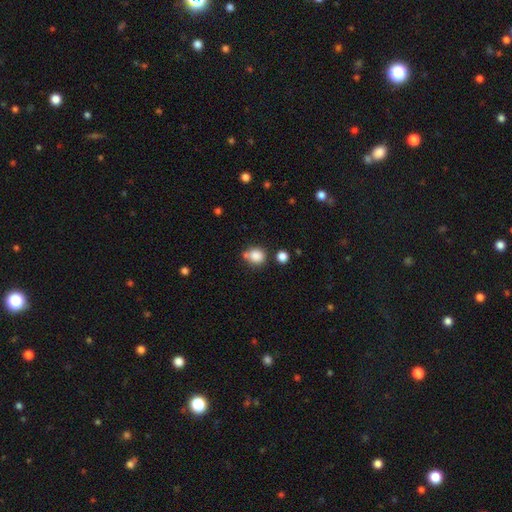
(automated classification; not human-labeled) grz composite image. It shows a smooth galaxy with no disk features (84%) that is round (74%). Merging: none (58%).